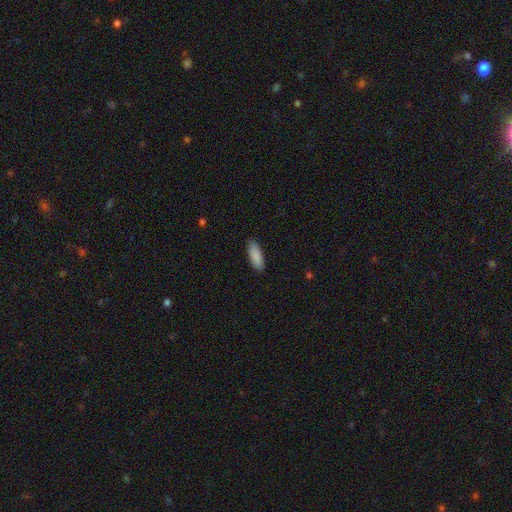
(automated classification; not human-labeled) Smooth or featured? Predicted: smooth (p=0.90). How rounded? Predicted: in between (p=0.67). Merging? Predicted: none (p=0.88).